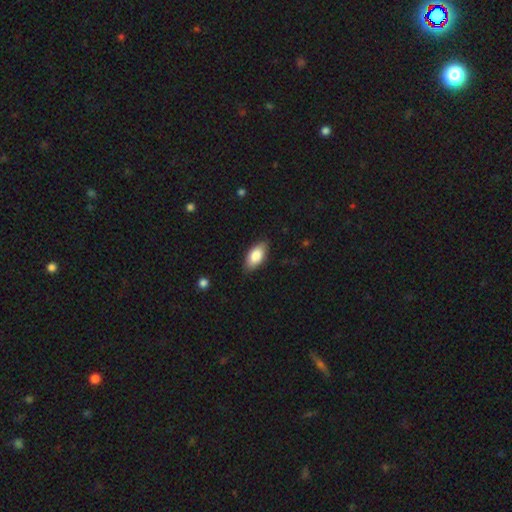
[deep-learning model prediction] smooth 82%, featured or disk 12%, star or artifact 6%. Down the decision tree: how rounded — in between (90%); merging — none (85%).